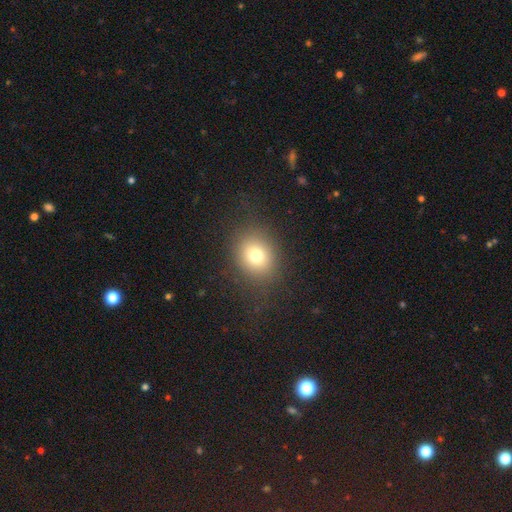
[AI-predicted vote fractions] Smooth or featured? smooth (75%)
How rounded? round (68%)
Merging? none (82%)